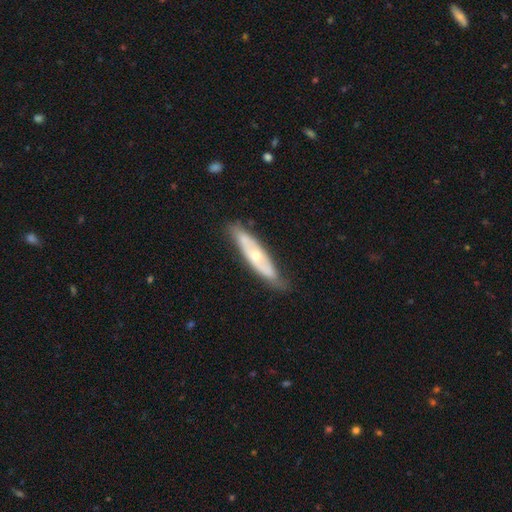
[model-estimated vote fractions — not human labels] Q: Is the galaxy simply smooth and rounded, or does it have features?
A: featured or disk — 60%.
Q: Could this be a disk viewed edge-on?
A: no — 55%.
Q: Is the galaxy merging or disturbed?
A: none — 74%.